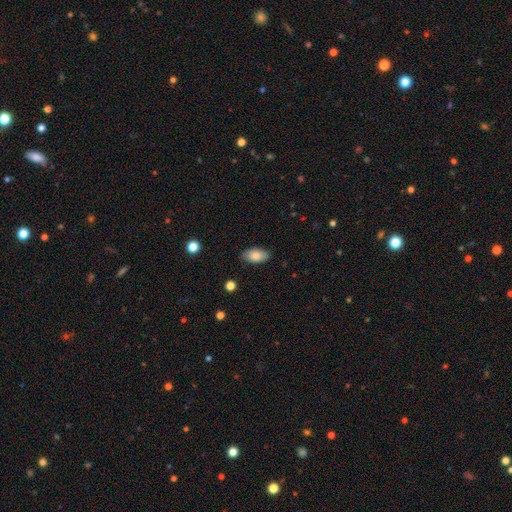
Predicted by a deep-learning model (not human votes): Smooth or featured? smooth (84%)
How rounded? in between (94%)
Merging? none (86%)